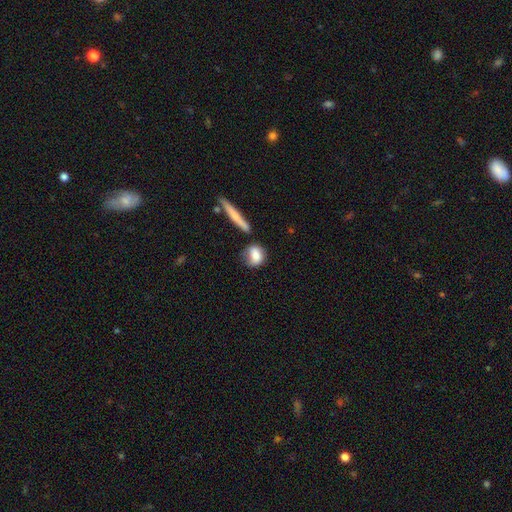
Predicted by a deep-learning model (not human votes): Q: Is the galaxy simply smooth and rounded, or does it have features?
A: smooth — 79%.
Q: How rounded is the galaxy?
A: round — 47%.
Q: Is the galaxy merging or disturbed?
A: none — 57%.